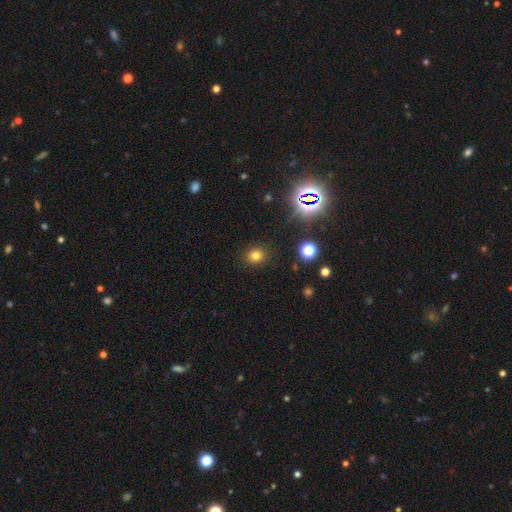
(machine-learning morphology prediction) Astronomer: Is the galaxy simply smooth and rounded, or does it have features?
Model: smooth — 74%.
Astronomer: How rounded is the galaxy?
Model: round — 74%.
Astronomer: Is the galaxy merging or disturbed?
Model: none — 88%.